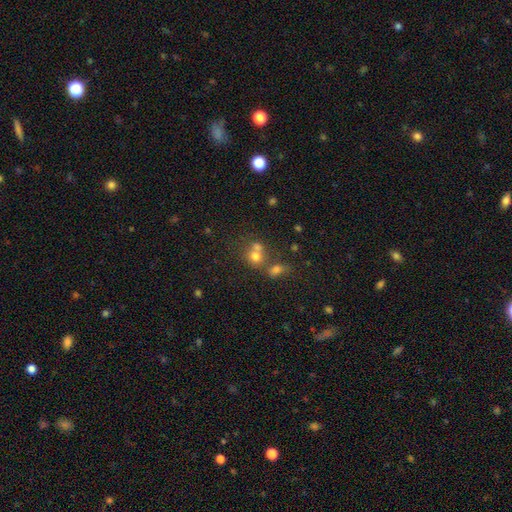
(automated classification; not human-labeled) smooth-or-featured: smooth: 69% | star or artifact: 16% | featured or disk: 14%
  how-rounded: round: 78% | in between: 21% | cigar-shaped: 1%
  merging: merger: 48% | none: 39% | minor disturbance: 8% | major disturbance: 4%